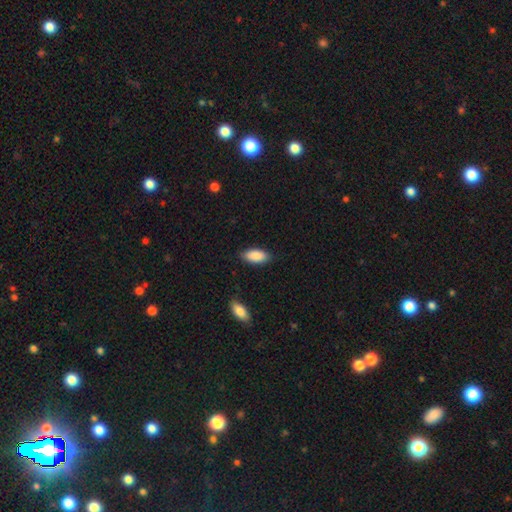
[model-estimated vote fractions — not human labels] Overall: smooth (89%). How rounded: in between (89%). Merging: none (84%).